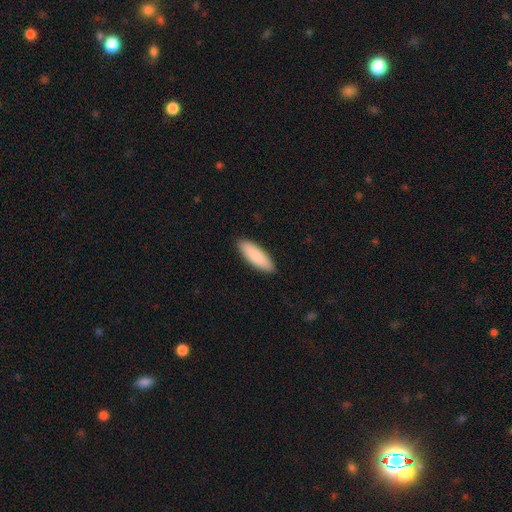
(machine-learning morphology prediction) Smooth or featured? smooth (89%)
How rounded? in between (59%)
Merging? none (90%)